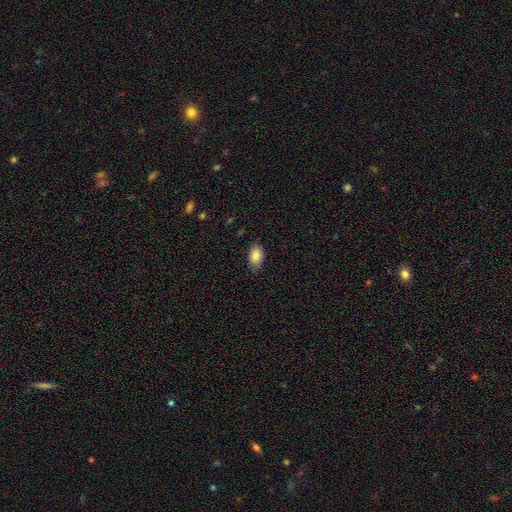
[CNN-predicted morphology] smooth-or-featured: smooth: 88% | star or artifact: 7% | featured or disk: 5%
  how-rounded: in between: 91% | round: 8% | cigar-shaped: 2%
  merging: none: 81% | minor disturbance: 15% | major disturbance: 3% | merger: 1%